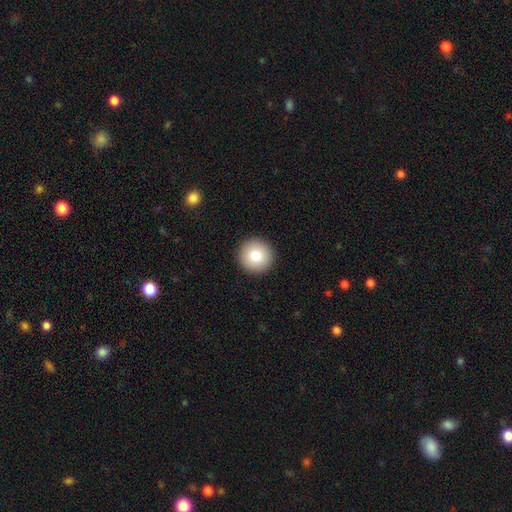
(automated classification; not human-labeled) smooth 82%, featured or disk 10%, star or artifact 9%. Down the decision tree: how rounded — round (95%); merging — none (93%).